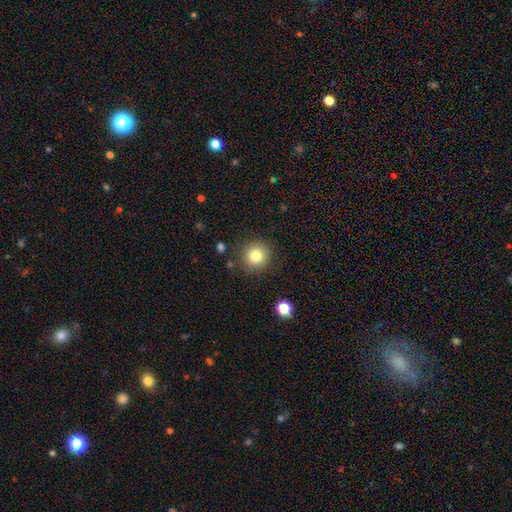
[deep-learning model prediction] This appears to be a smooth galaxy with no disk features (81%) that is round (94%). Merging: none (87%).